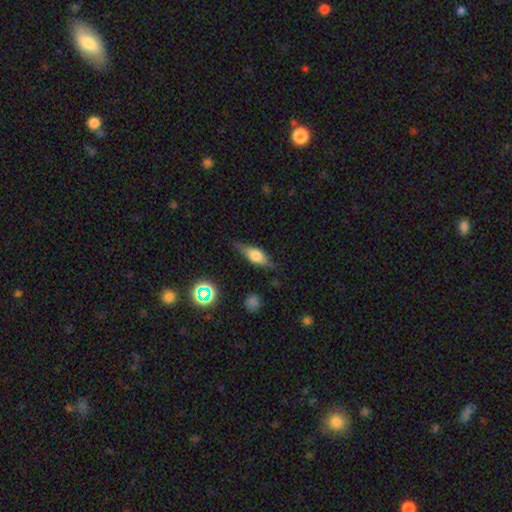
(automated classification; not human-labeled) featured or disk 49%, smooth 42%, star or artifact 9%. Down the decision tree: merging — none (78%).